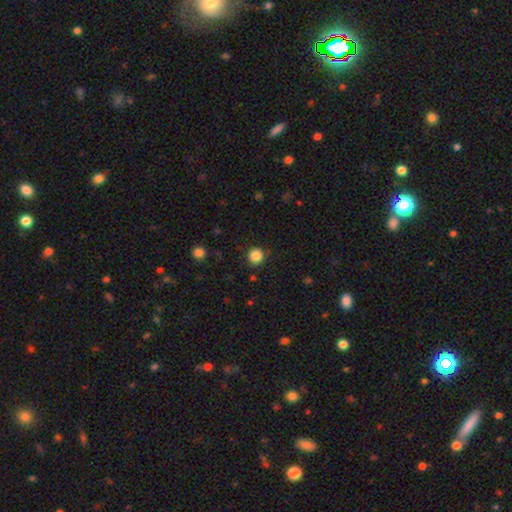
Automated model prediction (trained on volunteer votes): The model was most divided on "smooth or featured": smooth: 85%, star or artifact: 11%, featured or disk: 4%. More confident: how rounded — round (92%); merging — none (90%).